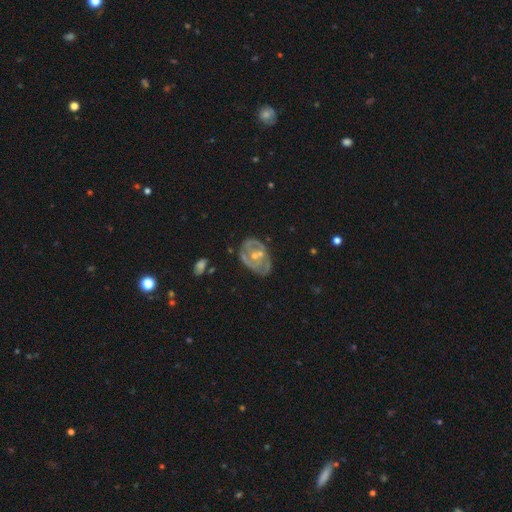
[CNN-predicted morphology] smooth-or-featured: featured or disk: 77% | smooth: 17% | star or artifact: 6%
  disk-edge-on: no: 97% | yes: 3%
    bar: no: 64% | weak: 29% | strong: 8%
    has-spiral-arms: yes: 67% | no: 33%
    bulge-size: small: 53% | moderate: 42% | none: 3% | large: 2% | dominant: 1%
  merging: none: 53% | minor disturbance: 26% | major disturbance: 14% | merger: 7%